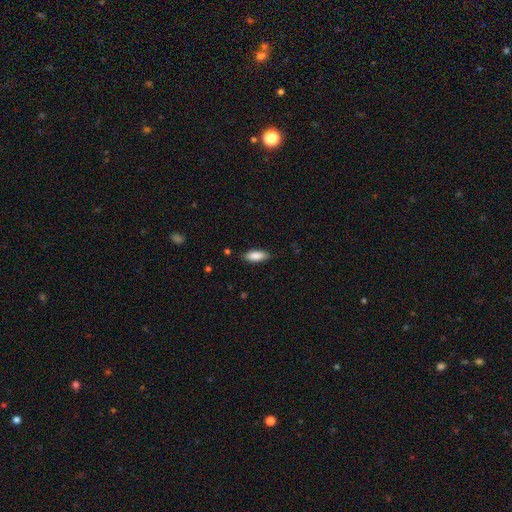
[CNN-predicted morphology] smooth 87%, featured or disk 7%, star or artifact 6%. Down the decision tree: how rounded — in between (76%); merging — none (85%).